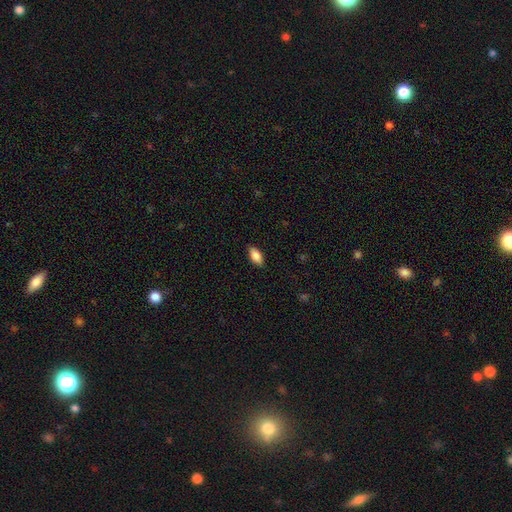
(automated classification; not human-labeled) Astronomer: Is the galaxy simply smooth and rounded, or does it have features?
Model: smooth — 85%.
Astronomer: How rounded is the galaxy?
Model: in between — 90%.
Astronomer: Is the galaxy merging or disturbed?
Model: none — 88%.